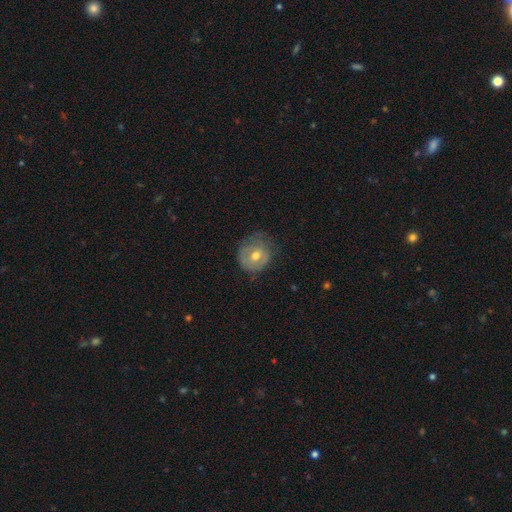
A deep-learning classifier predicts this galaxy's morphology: type=smooth (50%); merging=none (57%).